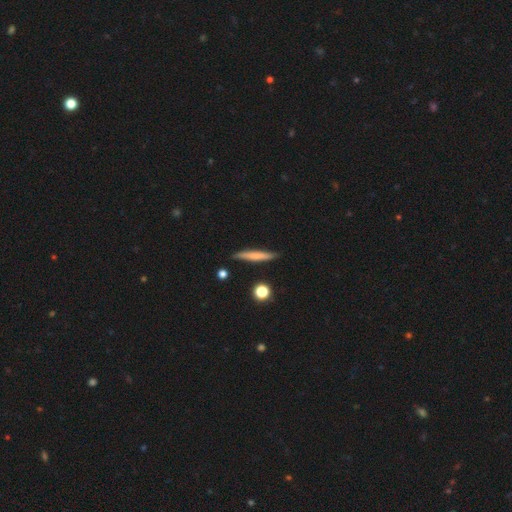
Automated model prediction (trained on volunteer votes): The model was most divided on "smooth or featured": smooth: 60%, featured or disk: 33%, star or artifact: 7%. More confident: how rounded — cigar-shaped (93%); merging — none (87%).